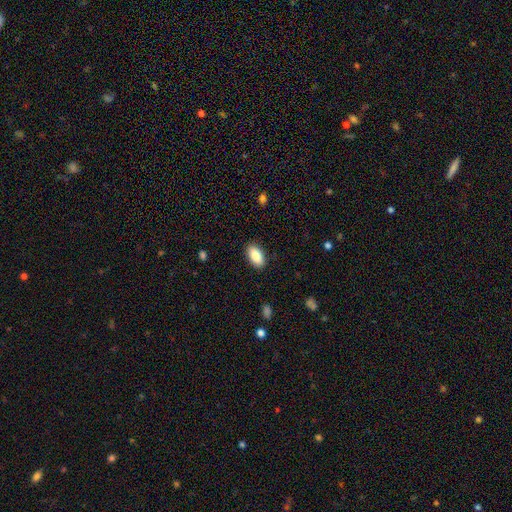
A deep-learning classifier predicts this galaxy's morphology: This appears to be a smooth galaxy with no disk features (85%) that is in between round and cigar-shaped (93%). Merging: none (89%).